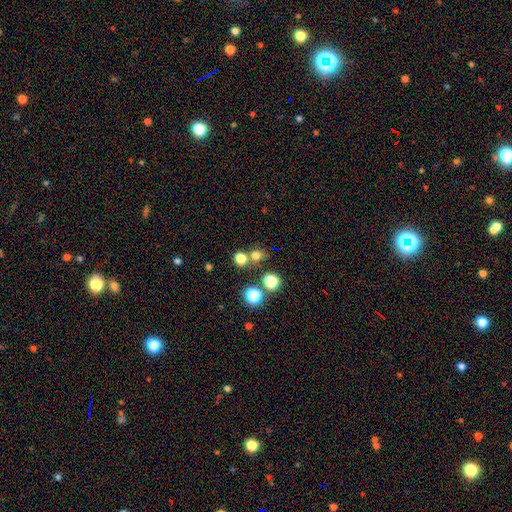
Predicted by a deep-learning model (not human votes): Overall: smooth (68%). How rounded: round (83%). Merging: none (66%).